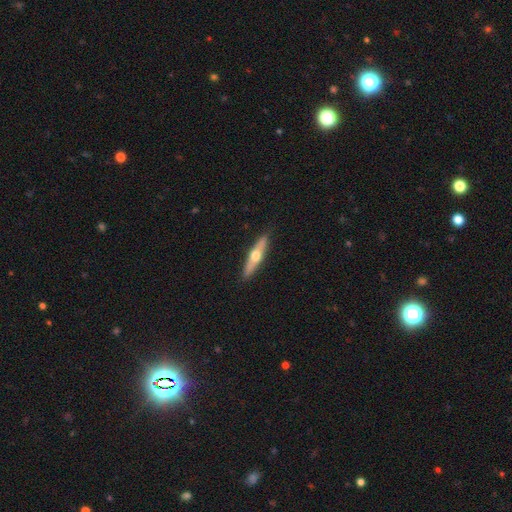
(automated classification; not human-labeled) Morphology: type=featured or disk (56%); edge-on=yes (92%); edge-on bulge=rounded (94%); merging=none (90%).